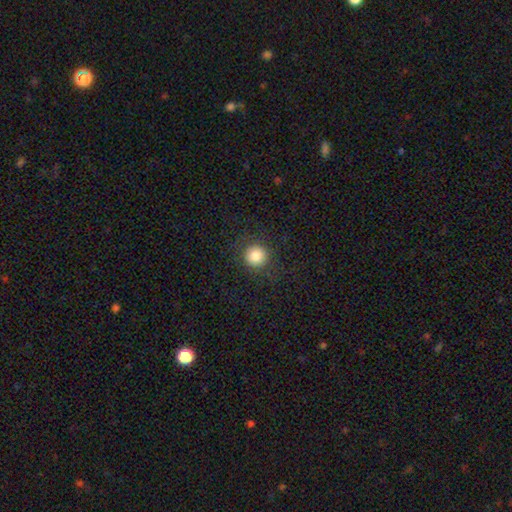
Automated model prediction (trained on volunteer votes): A smooth galaxy with no disk features (82%) that is round (94%). Merging: none (87%).